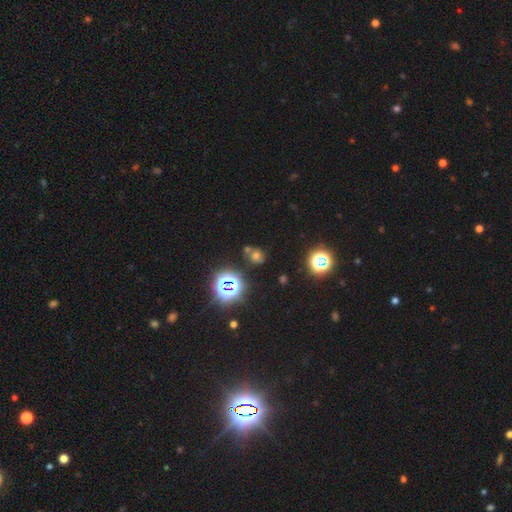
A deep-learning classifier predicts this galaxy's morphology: smooth_or_featured: smooth (p=0.48) [alt: star or artifact p=0.40]
merging: none (p=0.63) [alt: merger p=0.20]